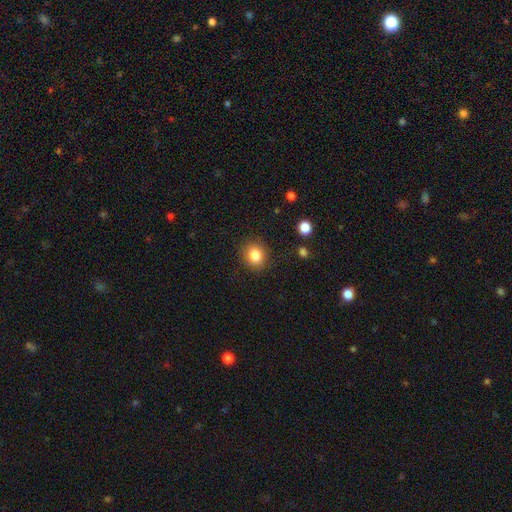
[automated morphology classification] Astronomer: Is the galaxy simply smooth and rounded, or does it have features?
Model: smooth — 84%.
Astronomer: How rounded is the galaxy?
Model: round — 70%.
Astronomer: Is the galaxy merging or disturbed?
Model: none — 87%.